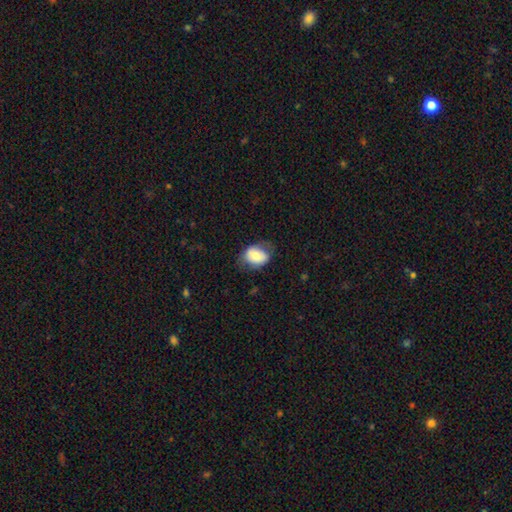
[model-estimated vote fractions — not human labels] This appears to be a smooth galaxy with no disk features (73%) that is in between round and cigar-shaped (69%). Merging: none (59%).